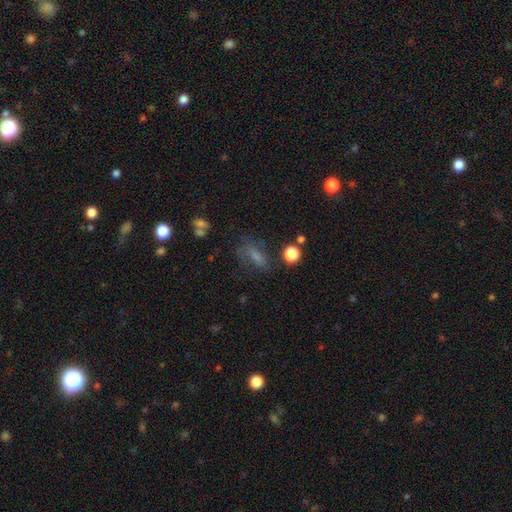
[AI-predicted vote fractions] Morphology: type=smooth (62%); roundness=in between (67%); merging=none (52%).